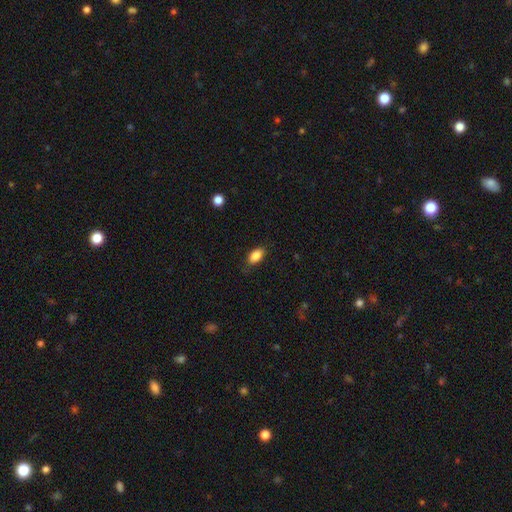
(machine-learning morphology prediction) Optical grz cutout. It shows a smooth galaxy with no disk features (87%) that is in between round and cigar-shaped (91%). Merging: none (82%).